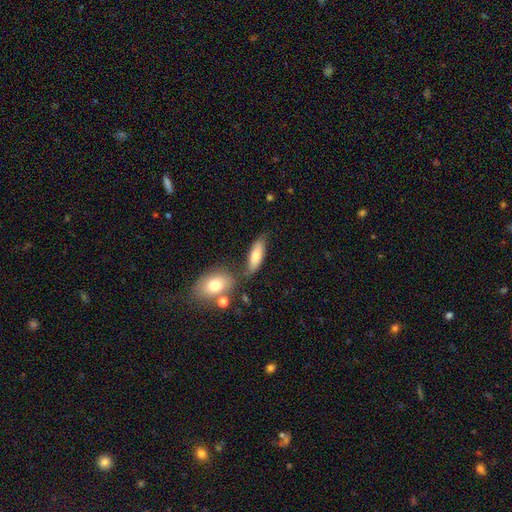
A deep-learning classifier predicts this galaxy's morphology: A smooth galaxy with no disk features (72%) that is in between round and cigar-shaped (65%).

Vote fractions:
- Smooth or featured? smooth: 72% / featured or disk: 21% / star or artifact: 7%
- How rounded? in between: 65% / cigar-shaped: 32% / round: 3%
- Merging? none: 61% / minor disturbance: 17% / merger: 16% / major disturbance: 6%